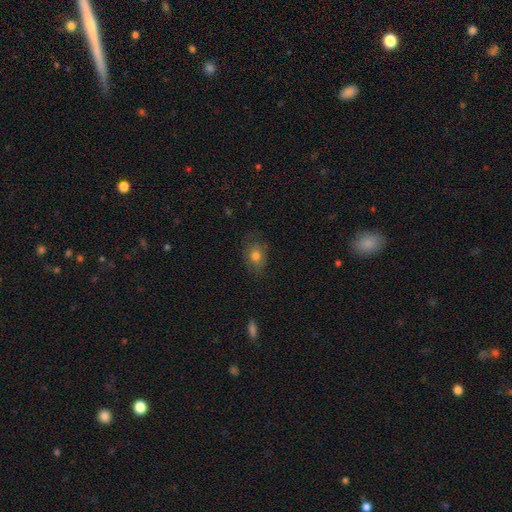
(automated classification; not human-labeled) Morphology: type=smooth (75%); roundness=in between (58%); merging=none (73%).